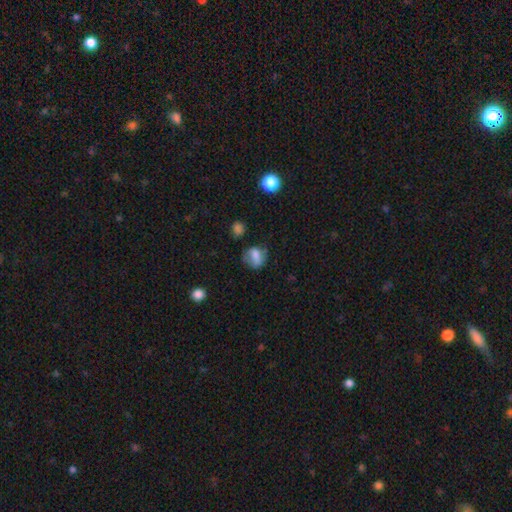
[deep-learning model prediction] This appears to be a smooth galaxy with no disk features (70%) that is round (52%). Merging: none (50%).